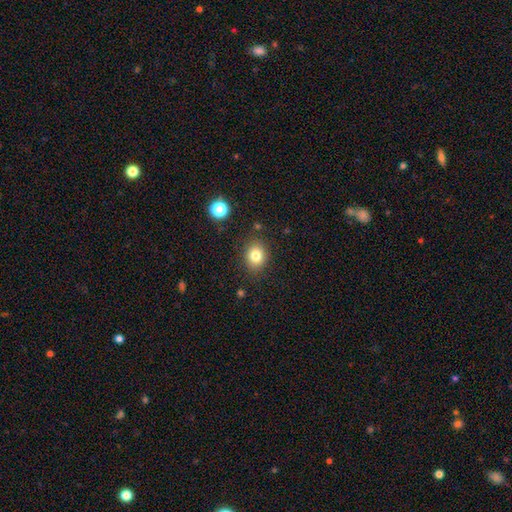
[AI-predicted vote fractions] Morphology: type=smooth (81%); roundness=round (58%); merging=none (84%).